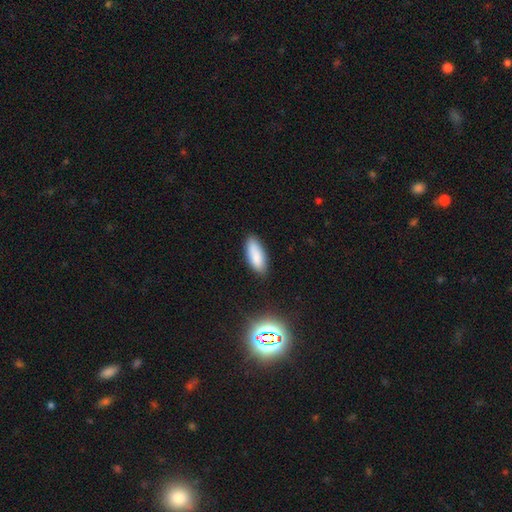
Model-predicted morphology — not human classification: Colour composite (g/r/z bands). It shows a smooth galaxy with no disk features (85%) that is in between round and cigar-shaped (76%). Merging: none (83%).